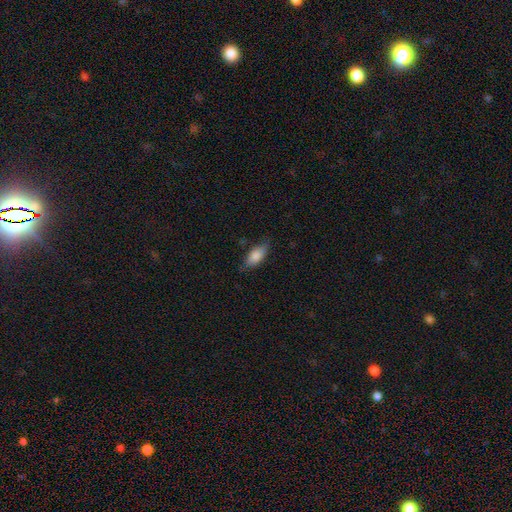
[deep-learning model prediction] Q: Smooth or featured?
A: smooth (84%); runner-up: featured or disk (10%)
Q: How rounded?
A: in between (87%); runner-up: cigar-shaped (10%)
Q: Merging?
A: none (73%); runner-up: minor disturbance (21%)